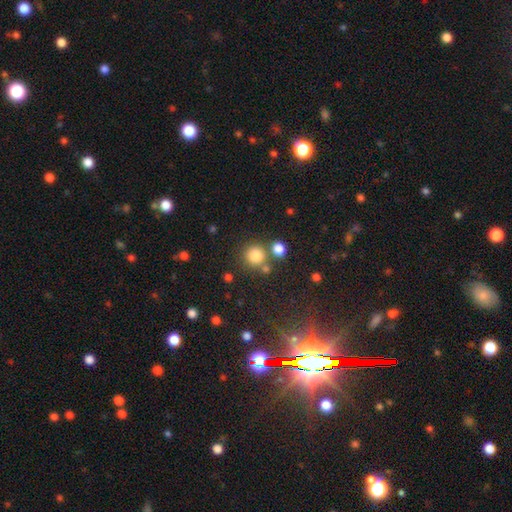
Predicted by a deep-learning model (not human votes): This appears to be a smooth galaxy with no disk features (80%) that is round (92%). Merging: none (73%).